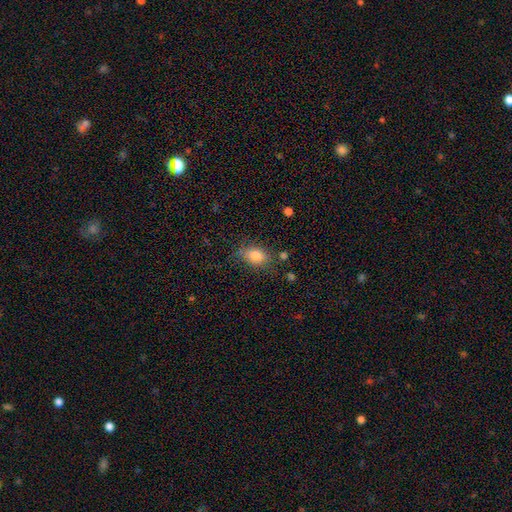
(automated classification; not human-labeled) Smooth or featured?
  - smooth: 81% *
  - star or artifact: 9%
  - featured or disk: 9%
How rounded?
  - in between: 84% *
  - round: 13%
  - cigar-shaped: 3%
Merging?
  - none: 74% *
  - minor disturbance: 18%
  - major disturbance: 5%
  - merger: 3%